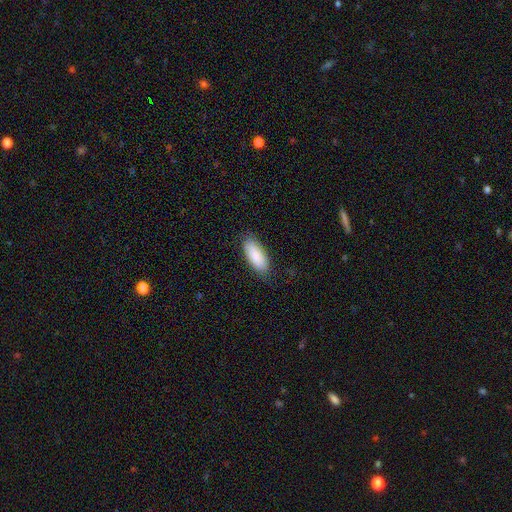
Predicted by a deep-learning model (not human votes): Smooth or featured?
  - smooth: 89% *
  - featured or disk: 6%
  - star or artifact: 5%
How rounded?
  - in between: 83% *
  - cigar-shaped: 15%
  - round: 2%
Merging?
  - none: 82% *
  - minor disturbance: 14%
  - major disturbance: 3%
  - merger: 1%